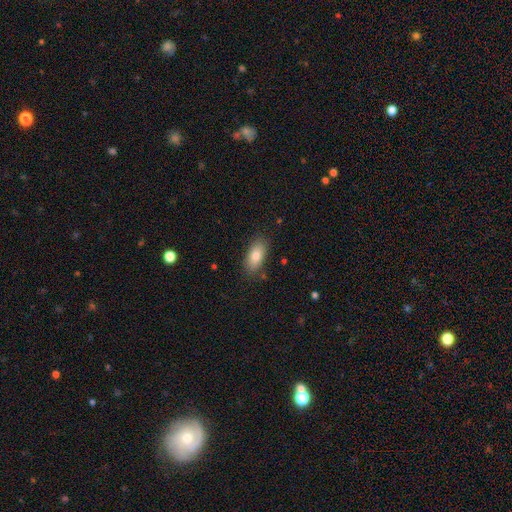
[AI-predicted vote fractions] The model was most divided on "smooth or featured": smooth: 81%, featured or disk: 11%, star or artifact: 7%. More confident: how rounded — in between (88%); merging — none (84%).